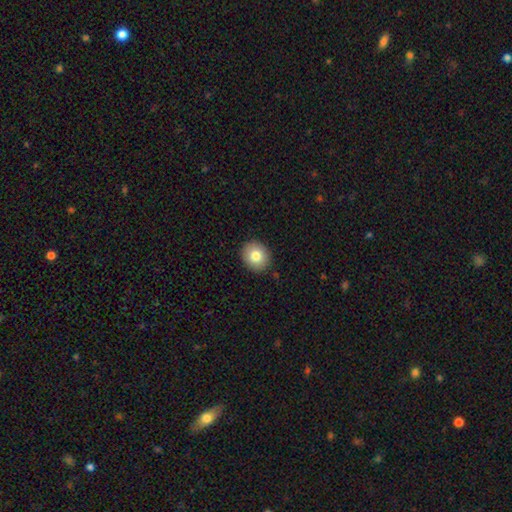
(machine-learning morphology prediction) Smooth or featured?
  - smooth: 81% *
  - featured or disk: 10%
  - star or artifact: 9%
How rounded?
  - round: 75% *
  - in between: 24%
  - cigar-shaped: 1%
Merging?
  - none: 90% *
  - minor disturbance: 7%
  - major disturbance: 2%
  - merger: 1%